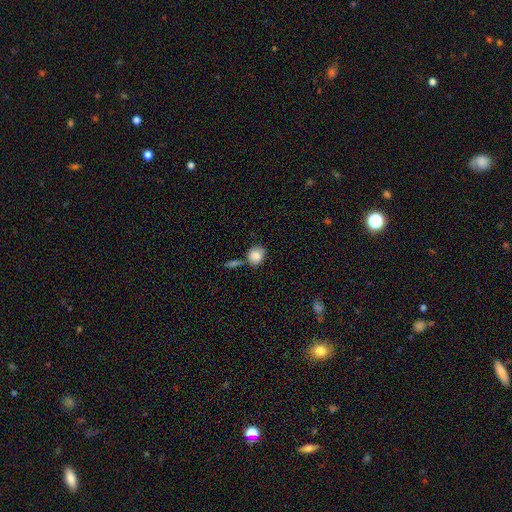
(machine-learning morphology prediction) Smooth or featured? smooth (83%)
How rounded? round (62%)
Merging? none (55%)